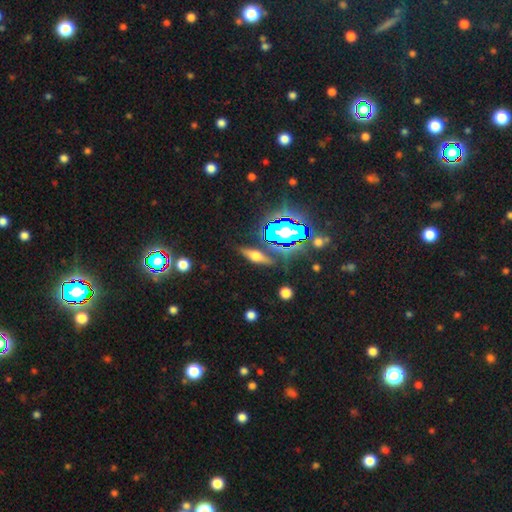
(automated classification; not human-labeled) featured or disk 48%, smooth 31%, star or artifact 21%. Down the decision tree: merging — none (82%).